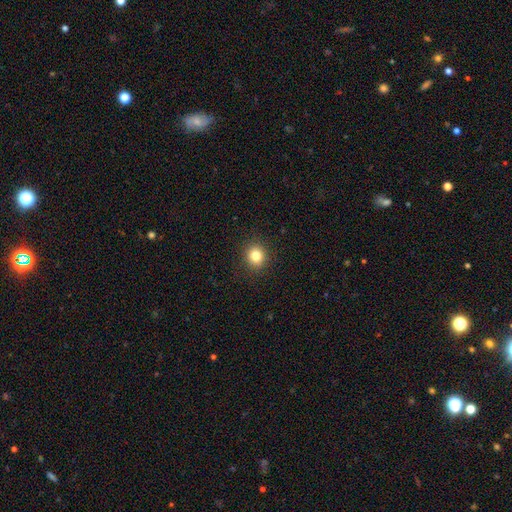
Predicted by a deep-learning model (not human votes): A smooth galaxy with no disk features (82%) that is round (83%).

Vote fractions:
- Smooth or featured? smooth: 82% / star or artifact: 12% / featured or disk: 6%
- How rounded? round: 83% / in between: 16% / cigar-shaped: 1%
- Merging? none: 91% / minor disturbance: 6% / major disturbance: 2% / merger: 1%